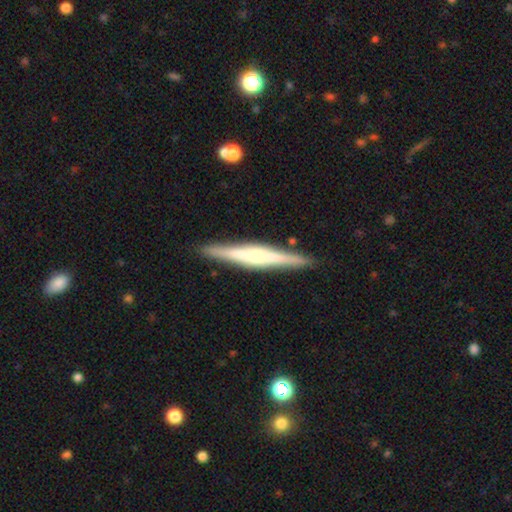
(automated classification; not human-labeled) Smooth or featured: featured or disk — 70% (smooth — 24%)
Edge-on disk: yes — 98% (no — 2%)
Edge-on bulge: rounded — 67% (boxy — 21%)
Merging: none — 90% (minor disturbance — 7%)